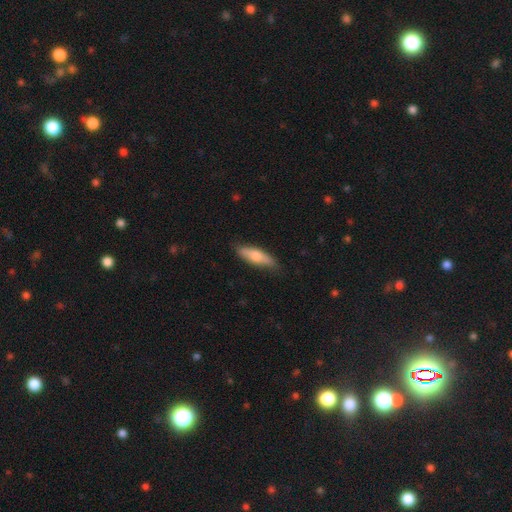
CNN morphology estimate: smooth 62%, featured or disk 33%, star or artifact 5%. Down the decision tree: how rounded — cigar-shaped (59%); merging — none (80%).